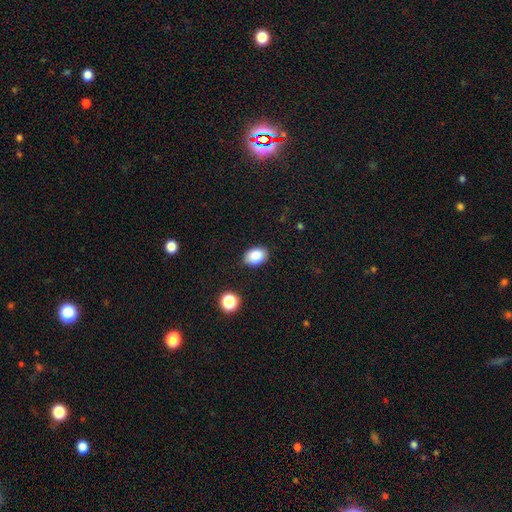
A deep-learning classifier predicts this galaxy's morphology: The model was most divided on "how rounded": in between: 77%, round: 22%, cigar-shaped: 1%. More confident: smooth or featured — smooth (85%); merging — none (84%).